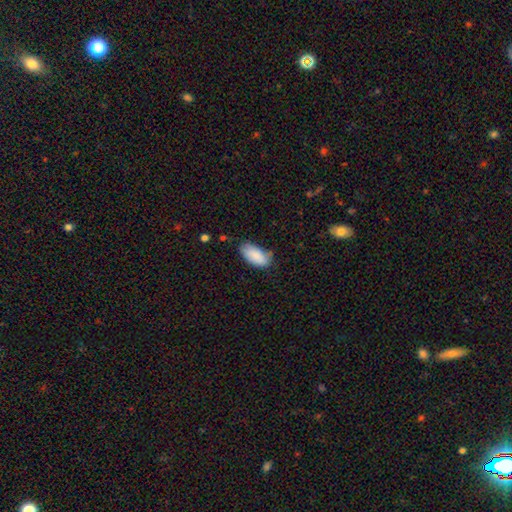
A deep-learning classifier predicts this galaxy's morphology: Smooth or featured? smooth (88%)
How rounded? in between (93%)
Merging? none (65%)